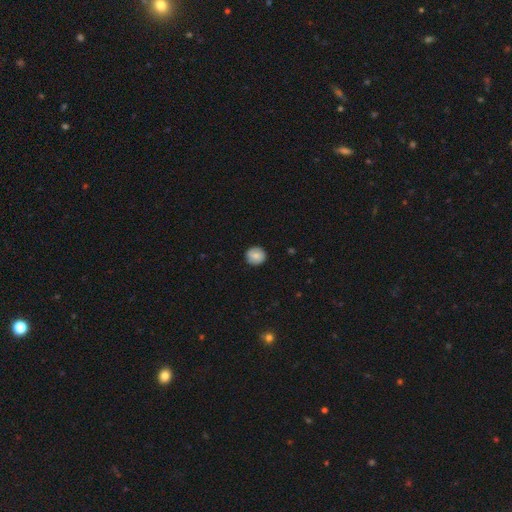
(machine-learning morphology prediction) Smooth or featured? smooth (80%)
How rounded? round (90%)
Merging? none (89%)